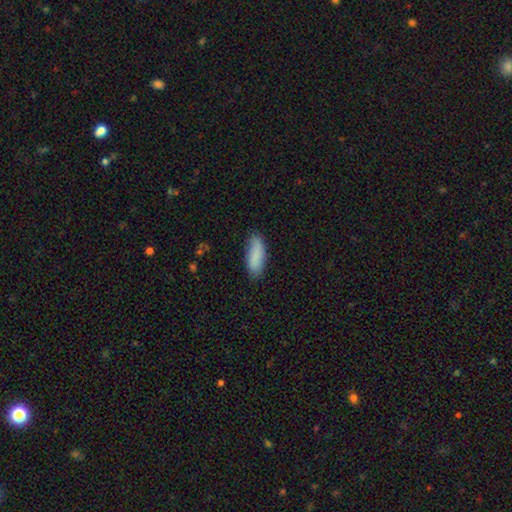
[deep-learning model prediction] A smooth galaxy with no disk features (86%) that is in between round and cigar-shaped (65%).

Vote fractions:
- Smooth or featured? smooth: 86% / featured or disk: 8% / star or artifact: 6%
- How rounded? in between: 65% / cigar-shaped: 33% / round: 2%
- Merging? none: 79% / minor disturbance: 17% / major disturbance: 3% / merger: 1%